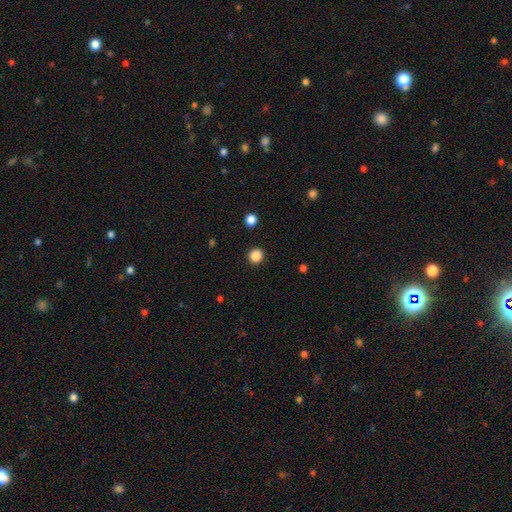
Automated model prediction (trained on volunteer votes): Smooth or featured: smooth — 86% (star or artifact — 11%)
How rounded: round — 93% (in between — 6%)
Merging: none — 93% (minor disturbance — 4%)